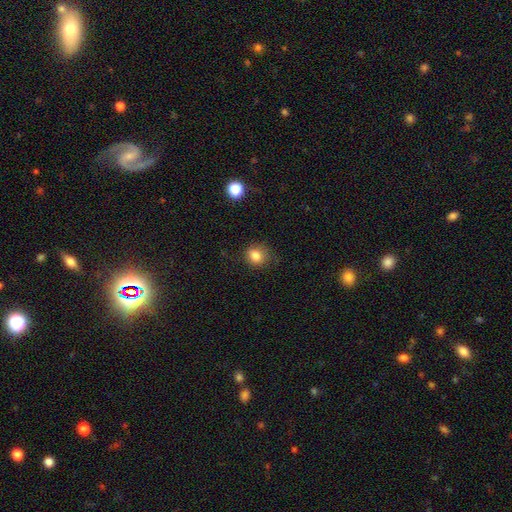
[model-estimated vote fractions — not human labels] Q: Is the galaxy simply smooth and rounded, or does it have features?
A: smooth — 83%.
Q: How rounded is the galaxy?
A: round — 69%.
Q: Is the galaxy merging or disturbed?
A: none — 76%.